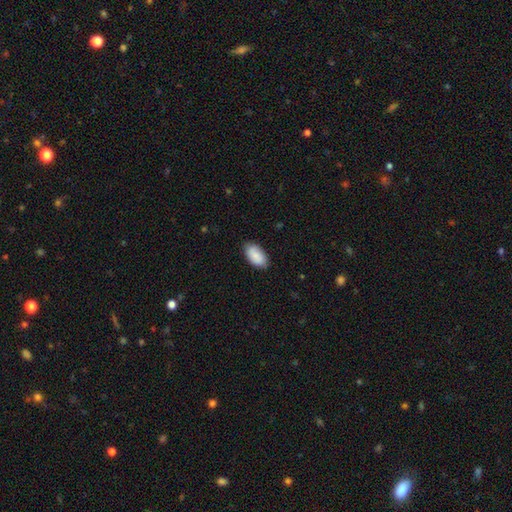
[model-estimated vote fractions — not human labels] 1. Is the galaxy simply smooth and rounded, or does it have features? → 86% smooth, 7% featured or disk, 6% star or artifact.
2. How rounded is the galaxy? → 95% in between, 3% round, 2% cigar-shaped.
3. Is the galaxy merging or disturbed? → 81% none, 15% minor disturbance, 3% major disturbance, 1% merger.